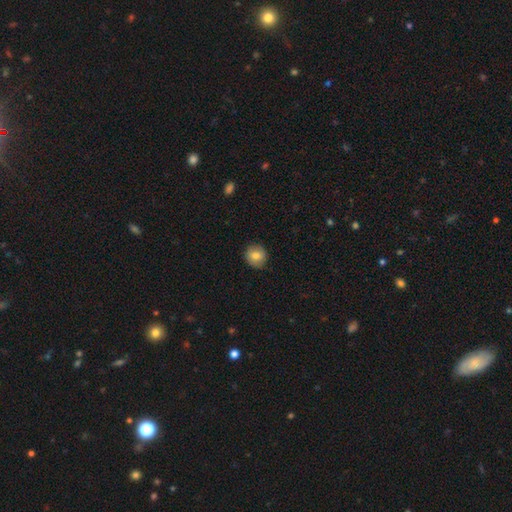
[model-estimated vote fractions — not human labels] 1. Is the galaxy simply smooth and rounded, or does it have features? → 80% smooth, 12% featured or disk, 9% star or artifact.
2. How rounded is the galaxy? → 90% round, 9% in between, 1% cigar-shaped.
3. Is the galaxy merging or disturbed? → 88% none, 9% minor disturbance, 2% major disturbance, 1% merger.